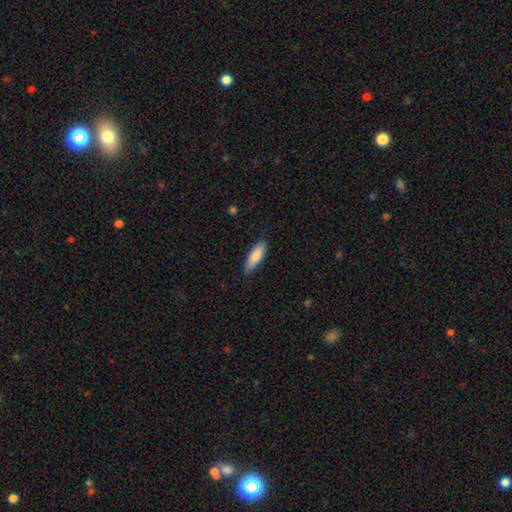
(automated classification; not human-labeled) A smooth galaxy with no disk features (84%) that is cigar-shaped (53%). Merging: none (83%).